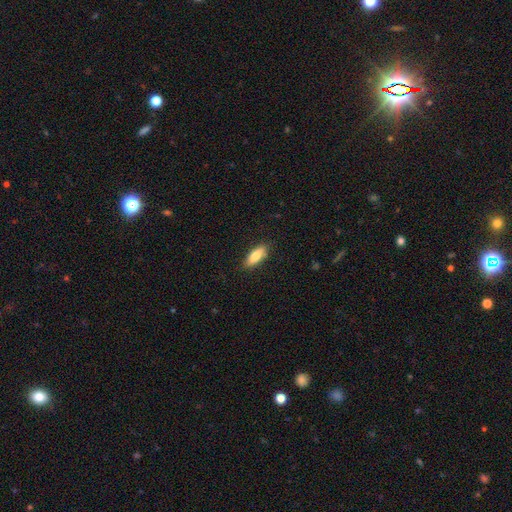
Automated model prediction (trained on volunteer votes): This is clearly a smooth galaxy (81%). How rounded: likely in between (67%). Merging: clearly none (85%).